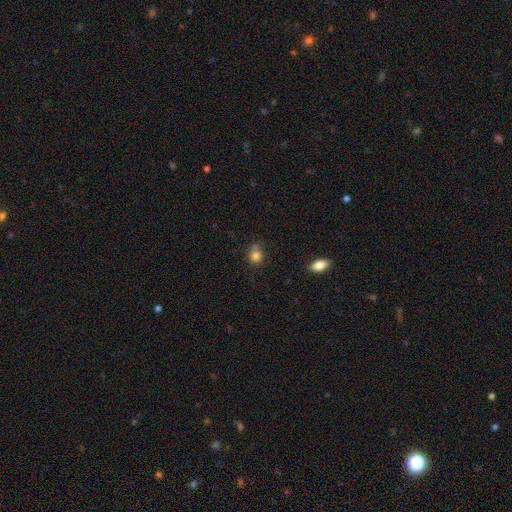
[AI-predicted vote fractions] Overall: smooth (81%). How rounded: round (81%). Merging: none (58%; merger 21%).